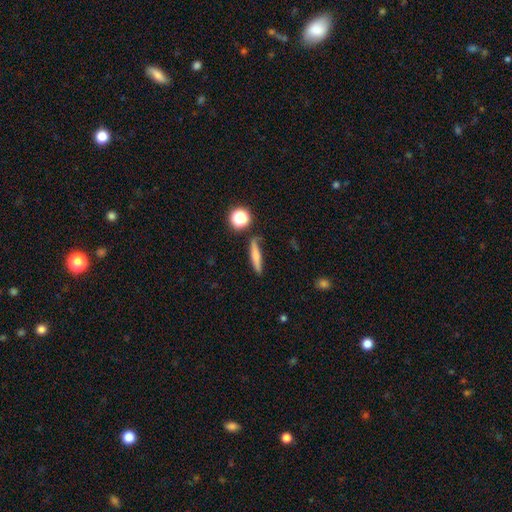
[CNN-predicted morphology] Overall: smooth (70%). How rounded: cigar-shaped (81%). Merging: none (76%).